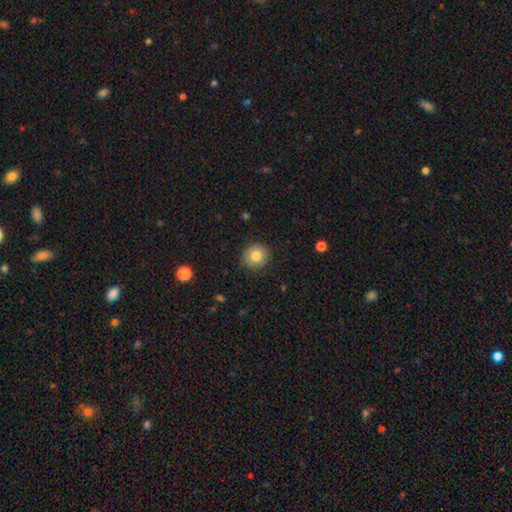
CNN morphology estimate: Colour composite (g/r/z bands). It shows a smooth galaxy with no disk features (81%) that is round (91%). Merging: none (88%).